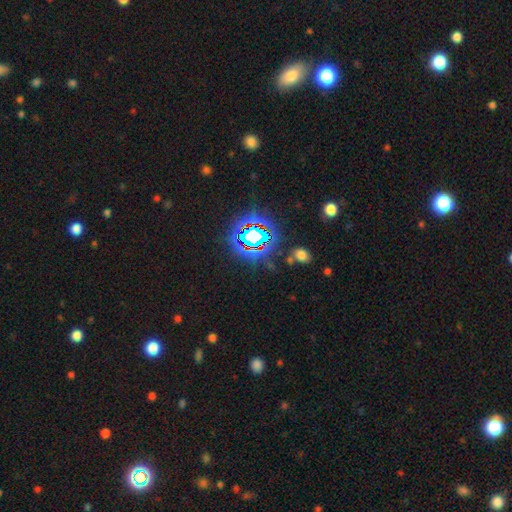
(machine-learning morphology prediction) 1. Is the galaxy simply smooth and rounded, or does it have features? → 78% star or artifact, 13% smooth, 9% featured or disk.